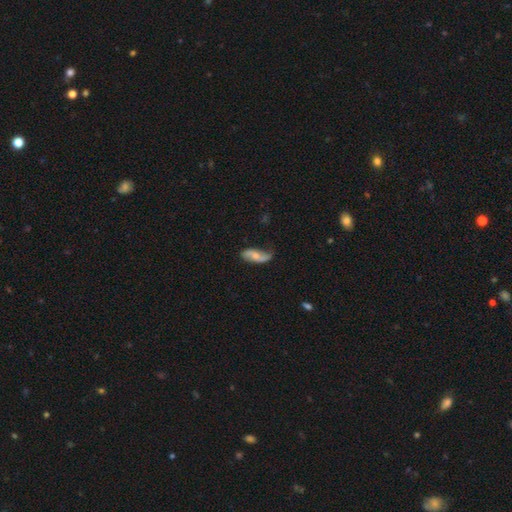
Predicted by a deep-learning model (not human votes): Overall: featured or disk (54%; smooth 39%). Edge-on disk: no (90%). Merging: none (63%; minor disturbance 27%).